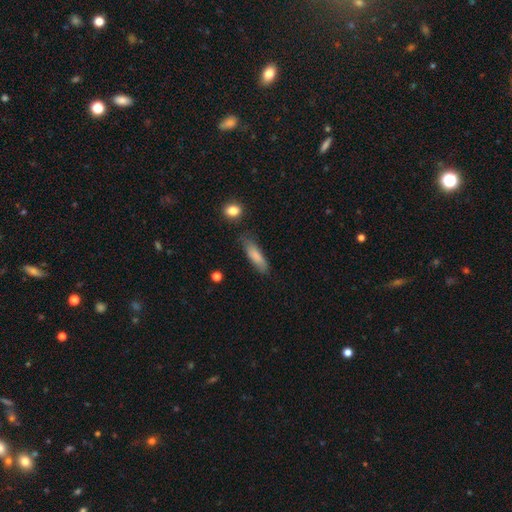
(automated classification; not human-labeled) Smooth or featured? smooth (83%)
How rounded? cigar-shaped (63%)
Merging? none (74%)